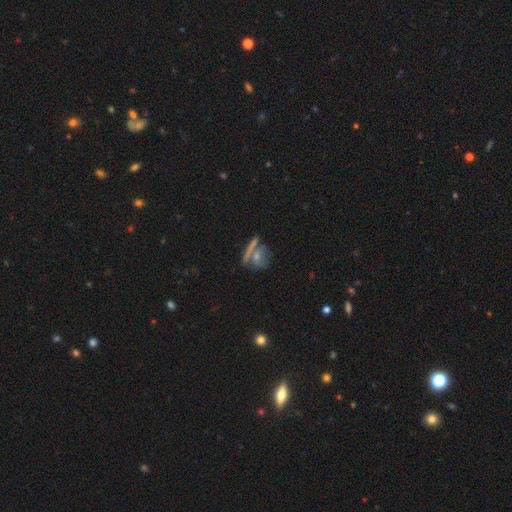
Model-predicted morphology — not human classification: Overall: smooth (57%; featured or disk 31%). How rounded: round (64%). Merging: none (56%; merger 25%).